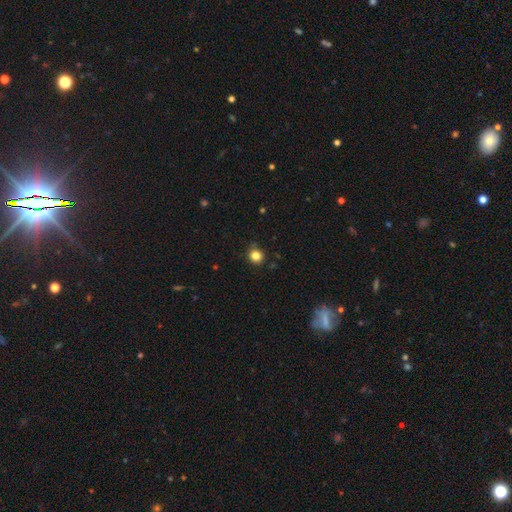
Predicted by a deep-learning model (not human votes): Smooth or featured? smooth (83%)
How rounded? round (92%)
Merging? none (88%)